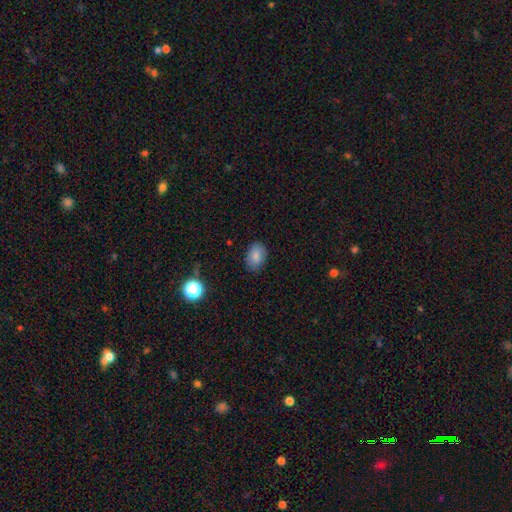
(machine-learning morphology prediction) smooth-or-featured: smooth: 83% | star or artifact: 10% | featured or disk: 7%
  how-rounded: in between: 82% | round: 17% | cigar-shaped: 1%
  merging: none: 84% | minor disturbance: 12% | major disturbance: 3% | merger: 1%